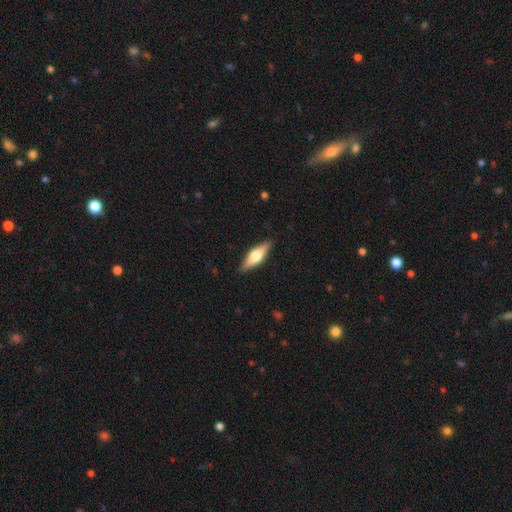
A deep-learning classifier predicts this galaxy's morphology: Smooth or featured?
  - featured or disk: 53% *
  - smooth: 42%
  - star or artifact: 6%
Edge-on disk?
  - yes: 94% *
  - no: 6%
Merging?
  - none: 88% *
  - minor disturbance: 9%
  - major disturbance: 2%
  - merger: 1%